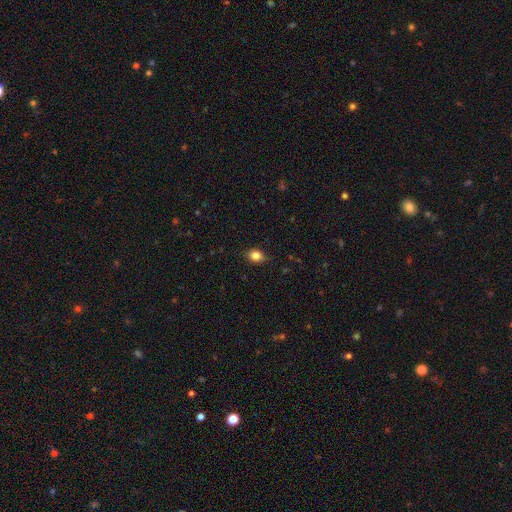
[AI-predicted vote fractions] This is clearly a smooth galaxy (82%). How rounded: possibly in between (55%). Merging: clearly none (81%).